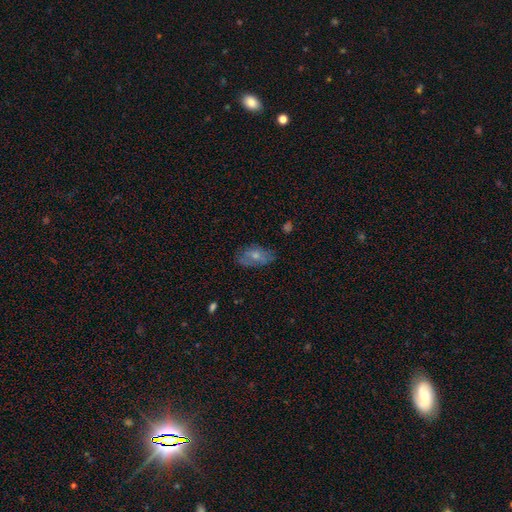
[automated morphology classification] smooth_or_featured: smooth (p=0.58) [alt: featured or disk p=0.34]
how_rounded: in between (p=0.90) [alt: round p=0.07]
merging: none (p=0.67) [alt: minor disturbance p=0.23]